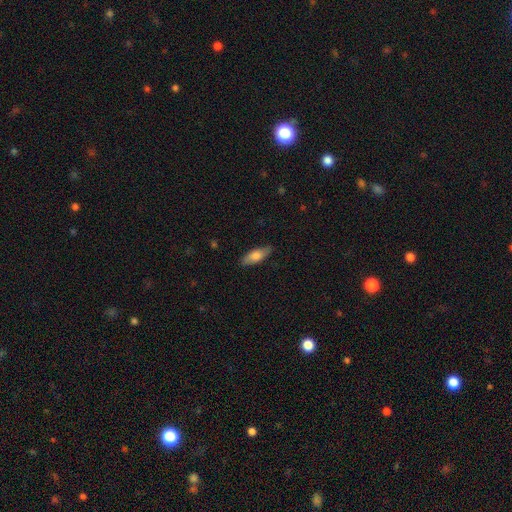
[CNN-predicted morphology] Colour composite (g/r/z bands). It shows a smooth galaxy with no disk features (72%) that is in between round and cigar-shaped (63%). Merging: none (85%).